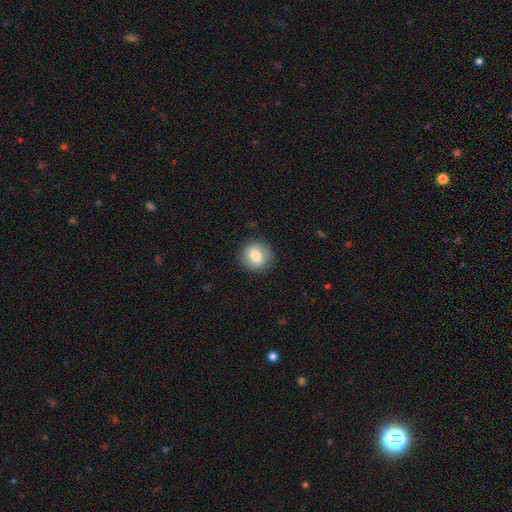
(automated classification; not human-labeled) Smooth or featured? Predicted: smooth (p=0.76). How rounded? Predicted: round (p=0.88). Merging? Predicted: none (p=0.88).